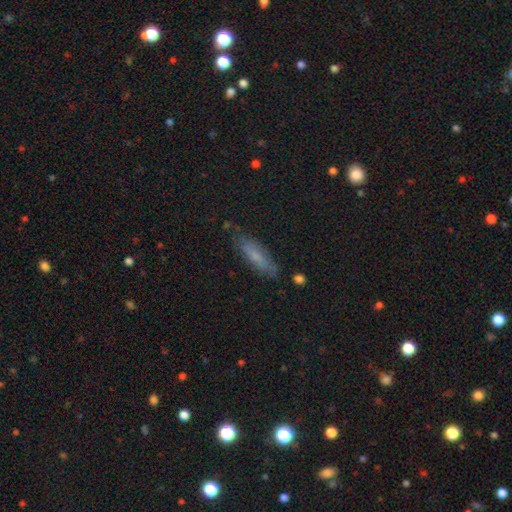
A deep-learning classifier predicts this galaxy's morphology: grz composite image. It shows a smooth galaxy with no disk features (64%) that is cigar-shaped (63%). Merging: none (79%).